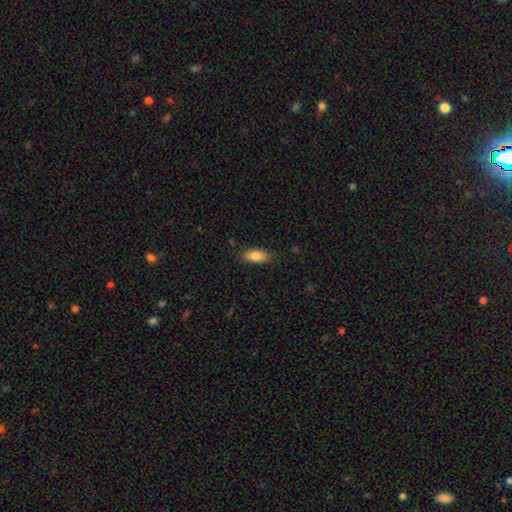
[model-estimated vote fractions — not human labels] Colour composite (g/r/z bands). It shows a smooth galaxy with no disk features (82%) that is in between round and cigar-shaped (84%). Merging: none (82%).